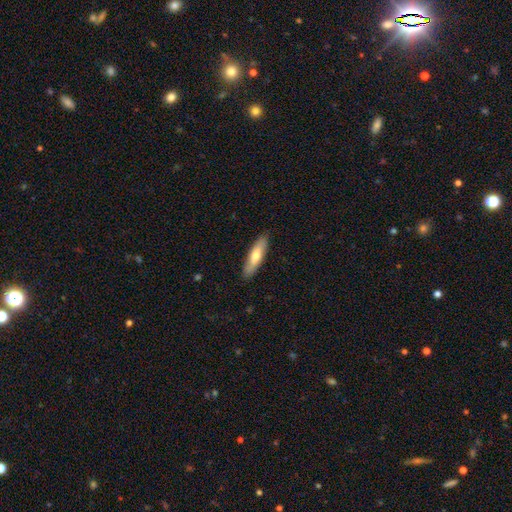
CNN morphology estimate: smooth-or-featured: smooth: 65% | featured or disk: 30% | star or artifact: 5%
  how-rounded: cigar-shaped: 65% | in between: 33% | round: 2%
  merging: none: 88% | minor disturbance: 10% | major disturbance: 2% | merger: 1%